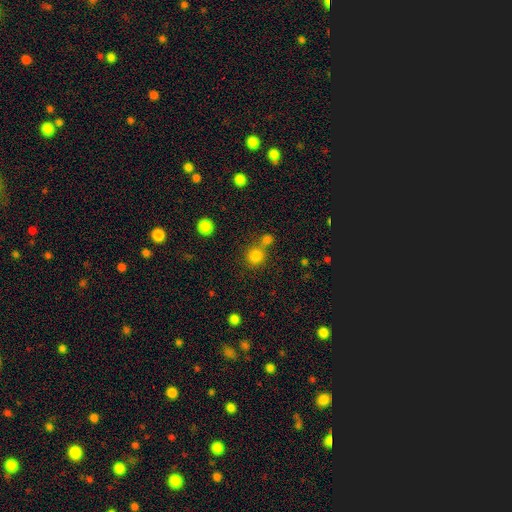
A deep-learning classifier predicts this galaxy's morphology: A smooth galaxy with no disk features (80%) that is round (90%).

Vote fractions:
- Smooth or featured? smooth: 80% / star or artifact: 14% / featured or disk: 5%
- How rounded? round: 90% / in between: 9% / cigar-shaped: 1%
- Merging? none: 62% / merger: 27% / minor disturbance: 8% / major disturbance: 4%